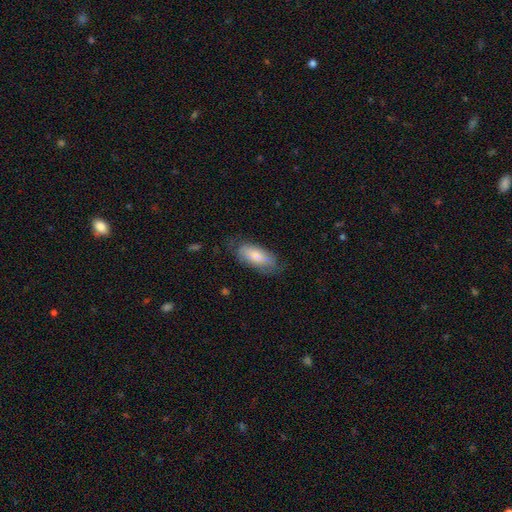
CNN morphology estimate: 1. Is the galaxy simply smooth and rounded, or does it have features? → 73% smooth, 21% featured or disk, 6% star or artifact.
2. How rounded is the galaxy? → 83% in between, 14% cigar-shaped, 2% round.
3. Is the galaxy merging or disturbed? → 65% none, 26% minor disturbance, 9% major disturbance, 1% merger.